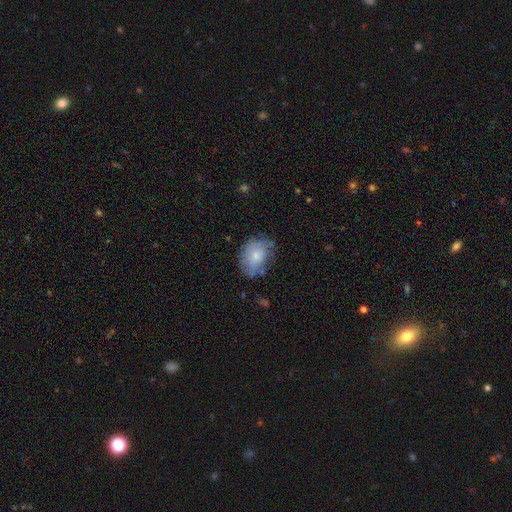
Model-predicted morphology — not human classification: type=smooth (72%); roundness=in between (68%); merging=none (57%).